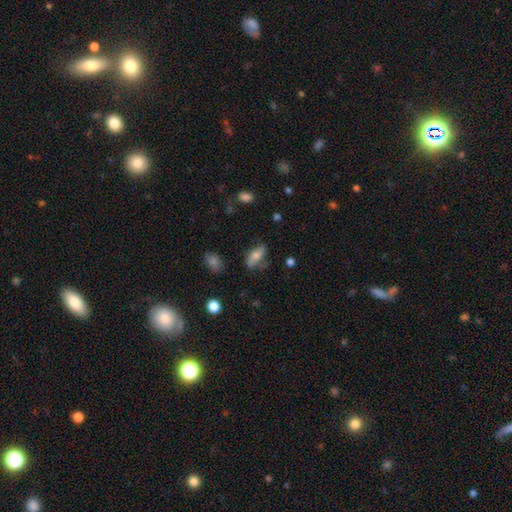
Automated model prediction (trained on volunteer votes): Morphology: type=smooth (63%); roundness=in between (83%); merging=none (59%).